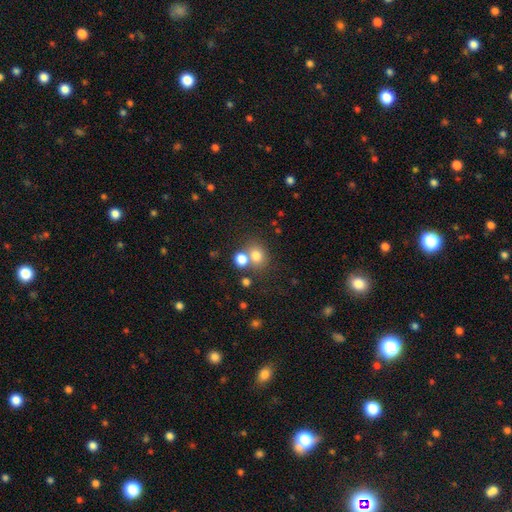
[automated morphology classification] A smooth galaxy with no disk features (76%) that is round (69%). Merging: none (53%).